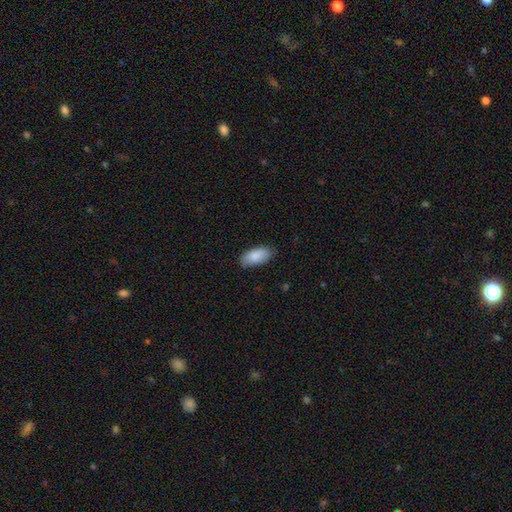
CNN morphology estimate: The model was most divided on "merging": none: 81%, minor disturbance: 15%, major disturbance: 3%, merger: 1%. More confident: how rounded — in between (93%); smooth or featured — smooth (88%).